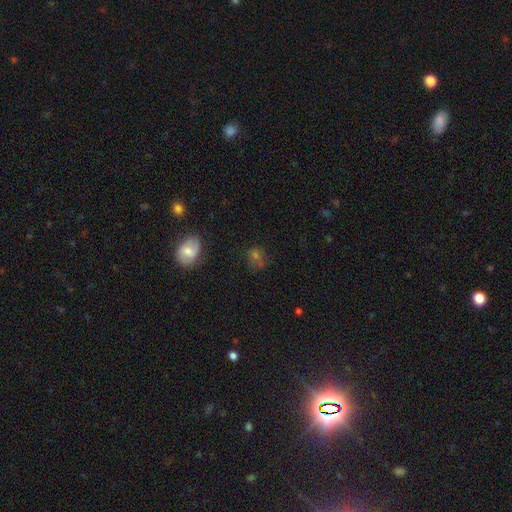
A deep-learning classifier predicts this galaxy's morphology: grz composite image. It shows a smooth galaxy with no disk features (55%) that is round (62%). Merging: none (63%).